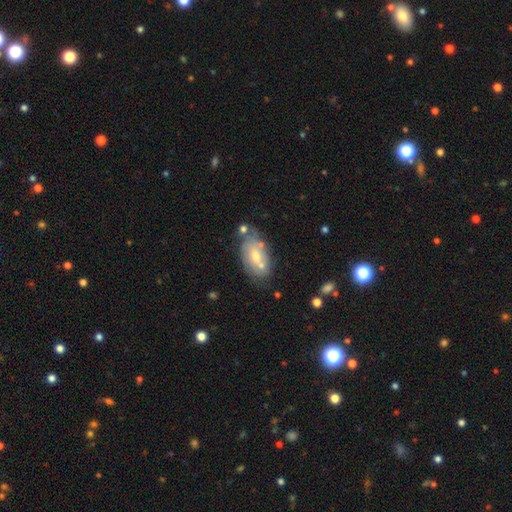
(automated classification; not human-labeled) A featured or disk galaxy (48%). Merging: none (59%).